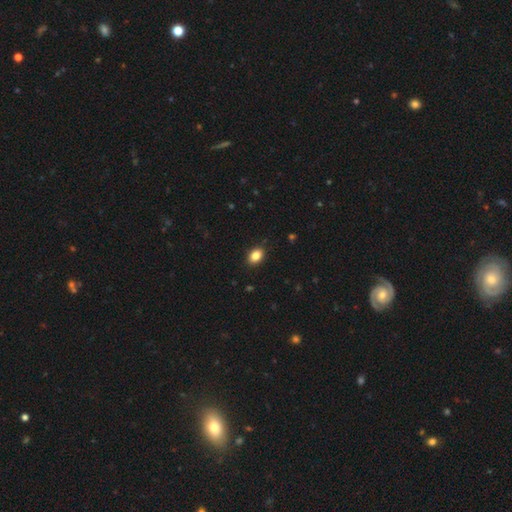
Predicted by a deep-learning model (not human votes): This is clearly a smooth galaxy (86%). How rounded: likely in between (79%). Merging: clearly none (89%).